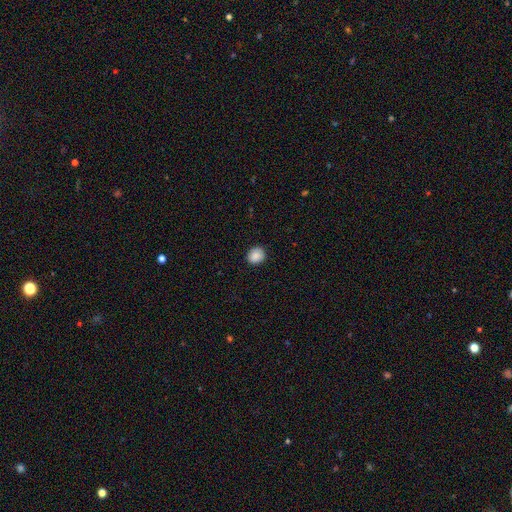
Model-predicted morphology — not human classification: smooth_or_featured: smooth (p=0.88) [alt: star or artifact p=0.08]
how_rounded: round (p=0.75) [alt: in between p=0.24]
merging: none (p=0.89) [alt: minor disturbance p=0.08]